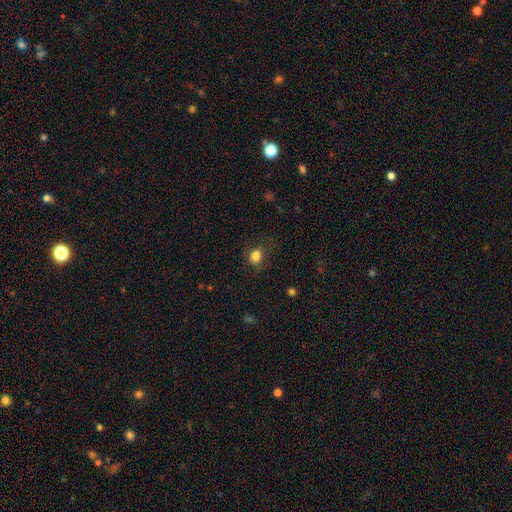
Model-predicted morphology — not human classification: smooth-or-featured: smooth: 83% | star or artifact: 11% | featured or disk: 6%
  how-rounded: round: 51% | in between: 48% | cigar-shaped: 1%
  merging: none: 74% | minor disturbance: 17% | major disturbance: 8% | merger: 1%